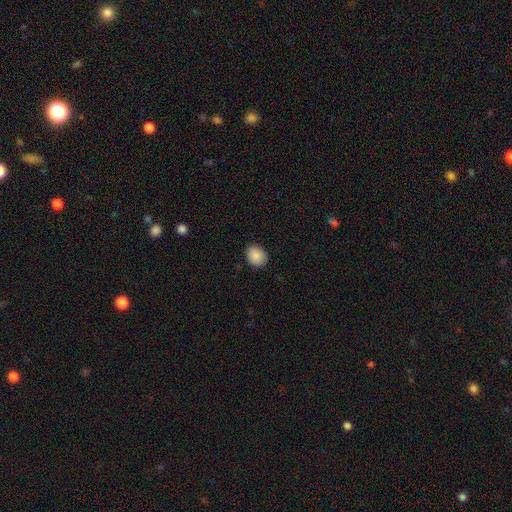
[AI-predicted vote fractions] This is clearly a smooth galaxy (88%). How rounded: likely round (62%). Merging: clearly none (88%).